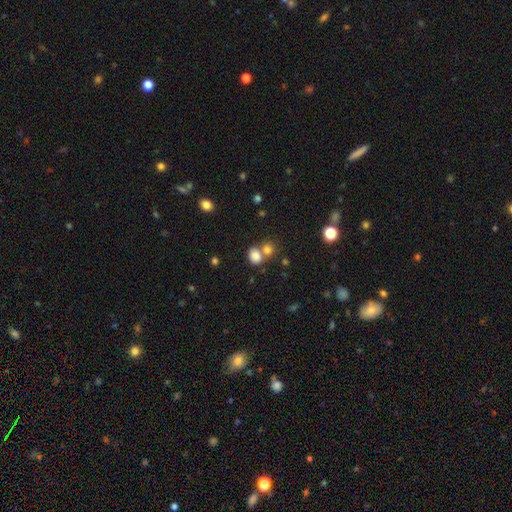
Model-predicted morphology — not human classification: type=smooth (80%); roundness=round (57%); merging=none (46%).